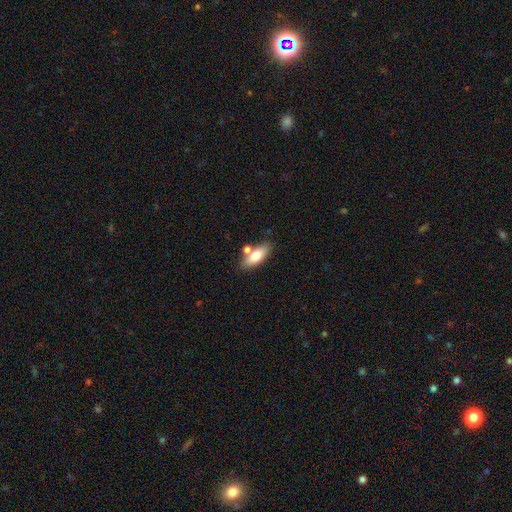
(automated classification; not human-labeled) smooth-or-featured: smooth: 75% | featured or disk: 18% | star or artifact: 7%
  how-rounded: in between: 75% | cigar-shaped: 21% | round: 4%
  merging: none: 67% | merger: 17% | minor disturbance: 13% | major disturbance: 3%